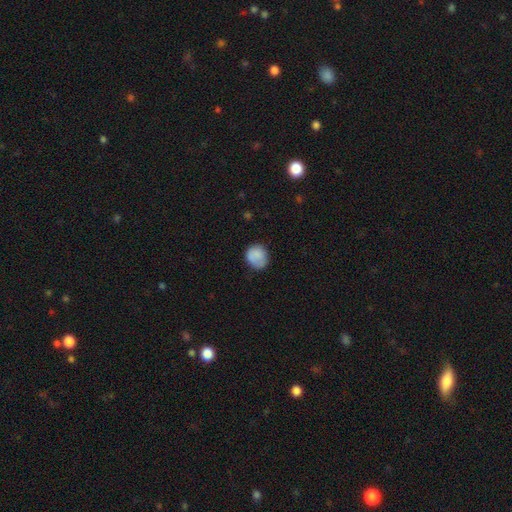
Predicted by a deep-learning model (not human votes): smooth-or-featured: smooth: 83% | featured or disk: 9% | star or artifact: 8%
  how-rounded: round: 77% | in between: 22% | cigar-shaped: 1%
  merging: none: 71% | minor disturbance: 22% | major disturbance: 5% | merger: 2%